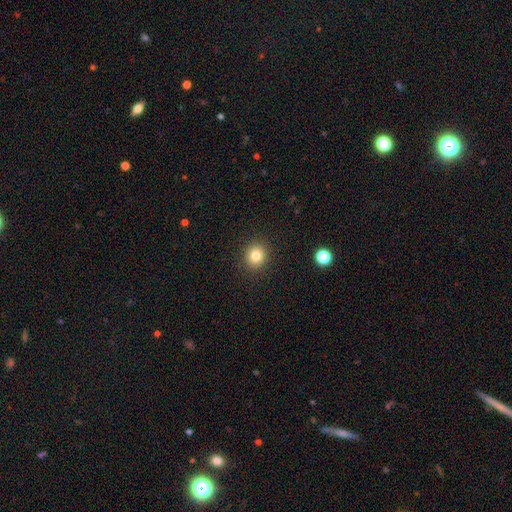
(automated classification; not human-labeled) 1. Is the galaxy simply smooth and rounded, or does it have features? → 82% smooth, 11% star or artifact, 7% featured or disk.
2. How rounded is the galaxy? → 83% round, 16% in between, 1% cigar-shaped.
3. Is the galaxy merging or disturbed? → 91% none, 6% minor disturbance, 2% major disturbance, 1% merger.